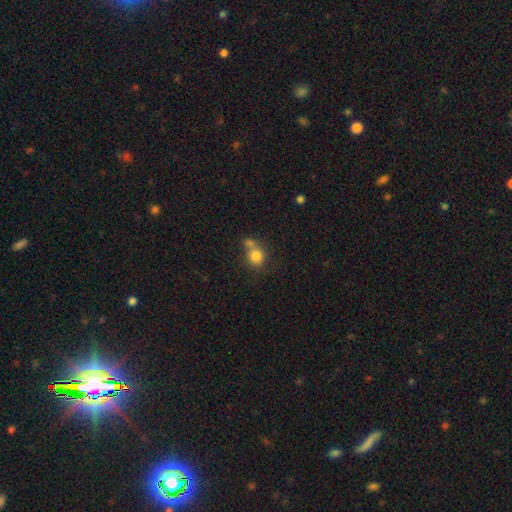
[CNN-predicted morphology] Overall: smooth (80%). How rounded: round (79%). Merging: none (43%; merger 37%).